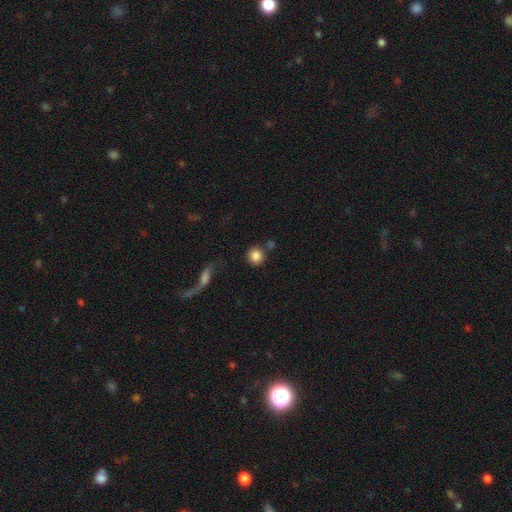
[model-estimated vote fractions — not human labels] smooth-or-featured: smooth: 86% | star or artifact: 8% | featured or disk: 6%
  how-rounded: round: 91% | in between: 8% | cigar-shaped: 1%
  merging: none: 76% | merger: 10% | minor disturbance: 9% | major disturbance: 4%